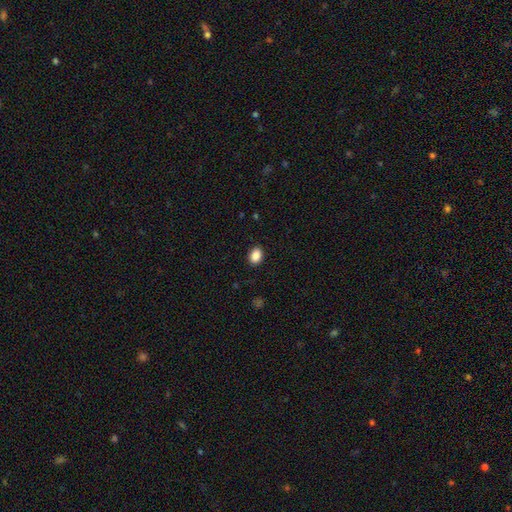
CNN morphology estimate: A smooth galaxy with no disk features (89%) that is in between round and cigar-shaped (71%).

Vote fractions:
- Smooth or featured? smooth: 89% / star or artifact: 8% / featured or disk: 3%
- How rounded? in between: 71% / round: 28% / cigar-shaped: 1%
- Merging? none: 89% / minor disturbance: 8% / major disturbance: 2% / merger: 1%